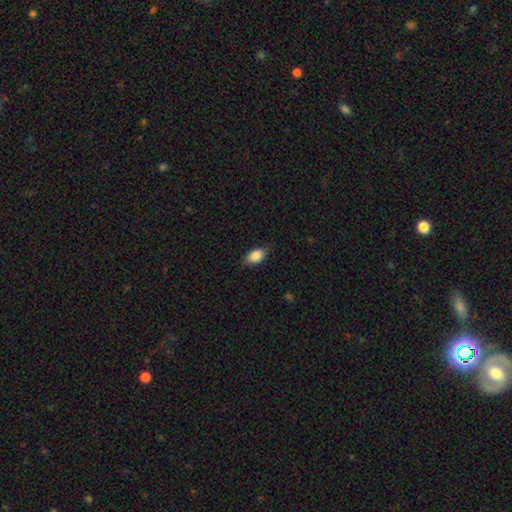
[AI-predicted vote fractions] Smooth or featured? Predicted: smooth (p=0.88). How rounded? Predicted: in between (p=0.90). Merging? Predicted: none (p=0.81).